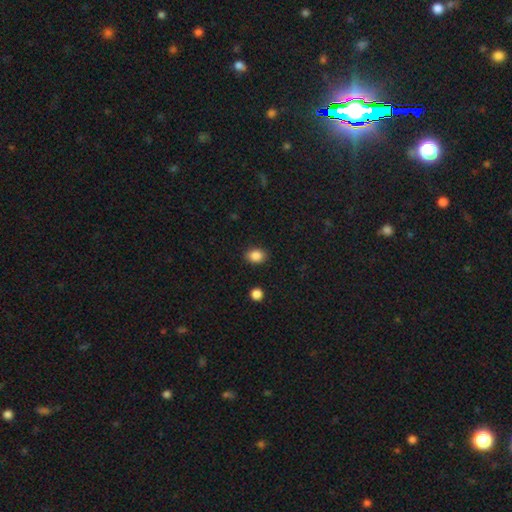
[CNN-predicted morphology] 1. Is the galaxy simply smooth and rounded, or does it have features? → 86% smooth, 9% star or artifact, 4% featured or disk.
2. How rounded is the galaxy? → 66% in between, 33% round, 1% cigar-shaped.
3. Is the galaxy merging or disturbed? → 88% none, 8% minor disturbance, 2% major disturbance, 2% merger.